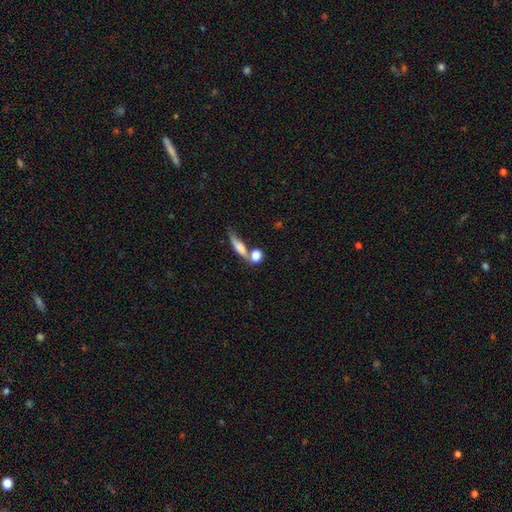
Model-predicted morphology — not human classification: Smooth or featured?
  - smooth: 80% *
  - featured or disk: 12%
  - star or artifact: 8%
How rounded?
  - round: 47% *
  - in between: 38%
  - cigar-shaped: 15%
Merging?
  - merger: 45% *
  - none: 37%
  - minor disturbance: 10%
  - major disturbance: 7%